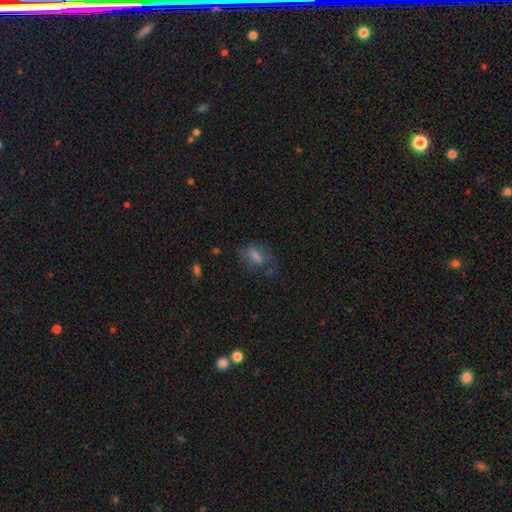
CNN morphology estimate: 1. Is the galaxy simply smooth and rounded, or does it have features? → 56% smooth, 26% featured or disk, 18% star or artifact.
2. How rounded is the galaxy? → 75% in between, 20% round, 5% cigar-shaped.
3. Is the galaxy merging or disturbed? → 58% none, 23% minor disturbance, 16% major disturbance, 3% merger.